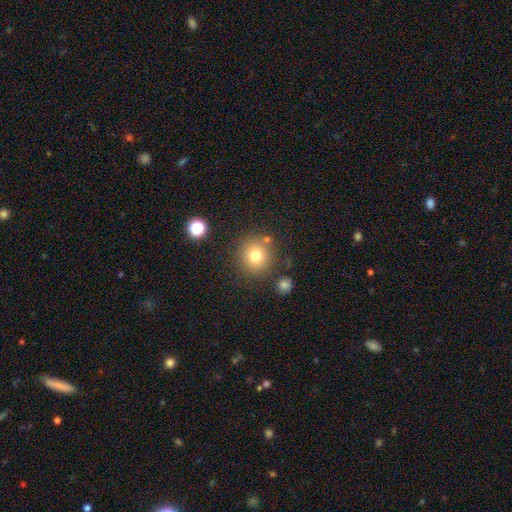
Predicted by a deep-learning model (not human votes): Smooth or featured?
  - smooth: 76% *
  - star or artifact: 14%
  - featured or disk: 10%
How rounded?
  - round: 91% *
  - in between: 8%
  - cigar-shaped: 1%
Merging?
  - none: 79% *
  - minor disturbance: 10%
  - merger: 7%
  - major disturbance: 4%